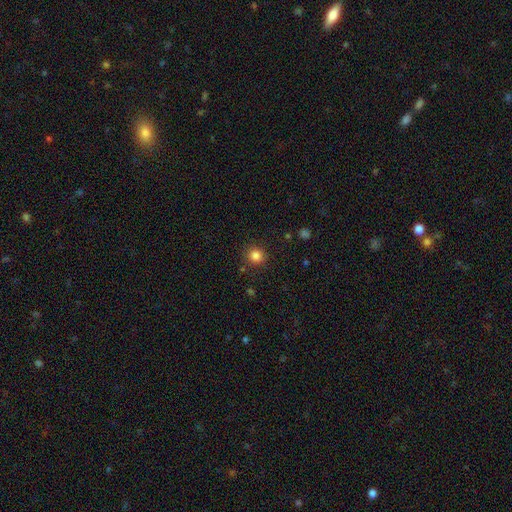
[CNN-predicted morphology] type=smooth (84%); roundness=round (90%); merging=none (87%).